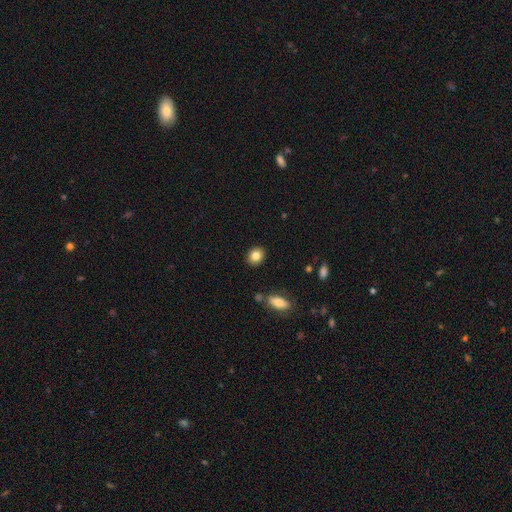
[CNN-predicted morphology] type=smooth (83%); roundness=round (65%); merging=none (89%).